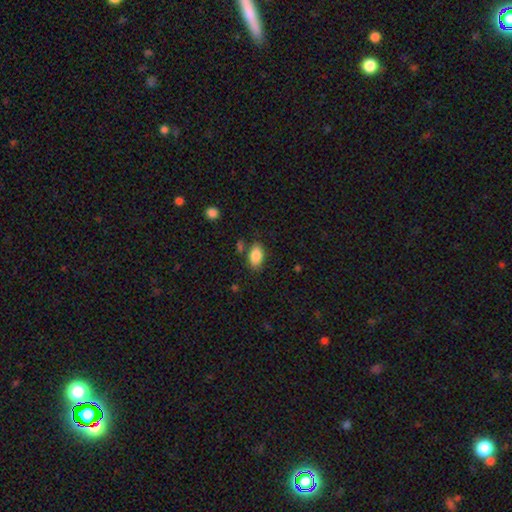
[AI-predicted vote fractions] This is clearly a smooth galaxy (87%). How rounded: clearly in between (91%). Merging: likely none (78%).